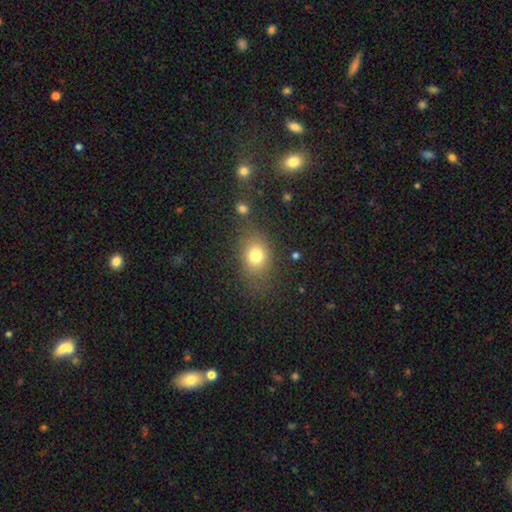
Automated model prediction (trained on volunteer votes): Smooth or featured? Predicted: smooth (p=0.78). How rounded? Predicted: in between (p=0.56). Merging? Predicted: none (p=0.73).